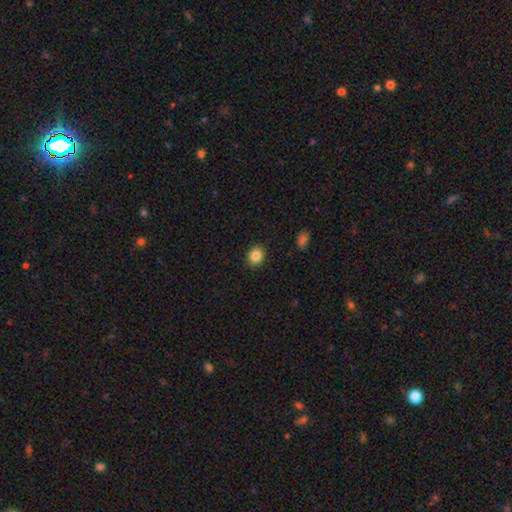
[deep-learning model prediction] The model was most divided on "how rounded": round: 62%, in between: 37%, cigar-shaped: 1%. More confident: merging — none (89%); smooth or featured — smooth (85%).